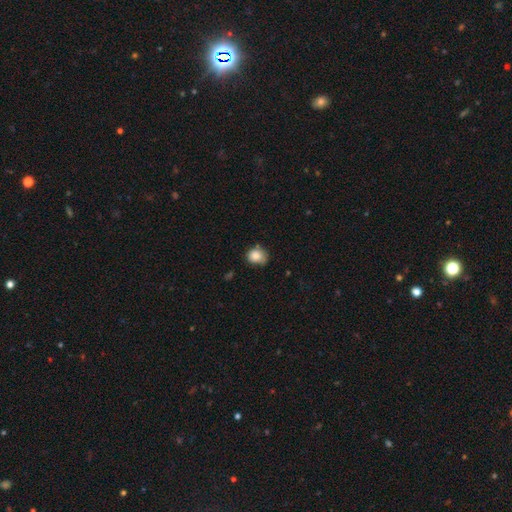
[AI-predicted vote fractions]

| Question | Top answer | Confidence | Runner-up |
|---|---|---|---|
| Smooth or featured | smooth | 82% | star or artifact (9%) |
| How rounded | round | 66% | in between (33%) |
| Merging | none | 57% | minor disturbance (32%) |